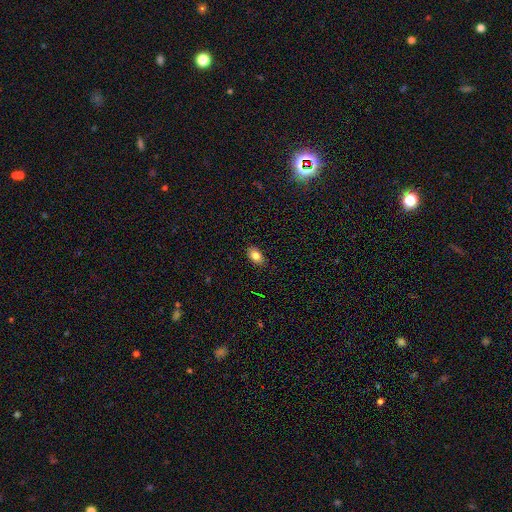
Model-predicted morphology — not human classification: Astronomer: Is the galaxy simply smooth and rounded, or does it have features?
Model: smooth — 81%.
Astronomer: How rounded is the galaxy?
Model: in between — 87%.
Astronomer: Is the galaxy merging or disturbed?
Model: none — 88%.